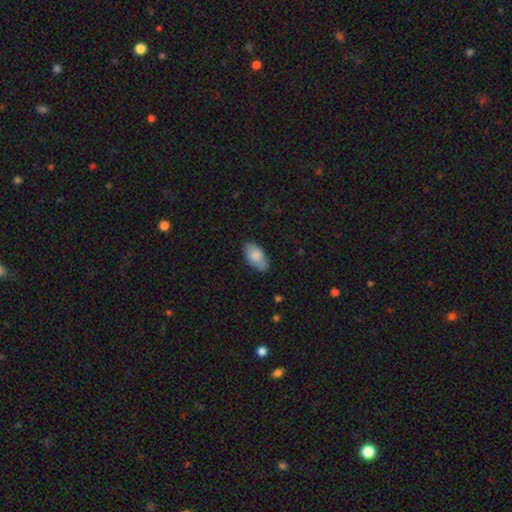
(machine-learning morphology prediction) smooth 82%, featured or disk 12%, star or artifact 6%. Down the decision tree: how rounded — in between (94%); merging — none (76%).